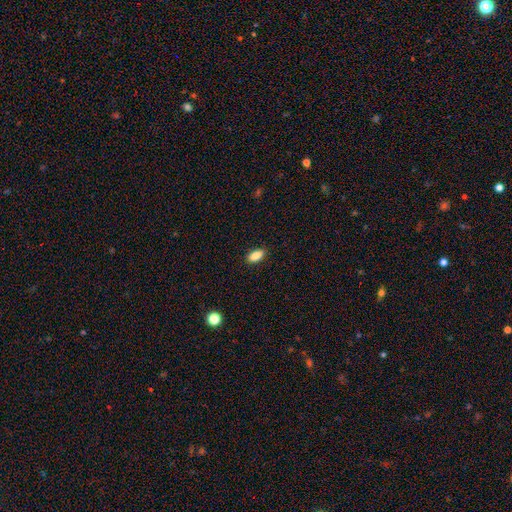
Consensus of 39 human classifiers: Morphology: type=smooth (97%); roundness=in between (95%); merging=none (97%).